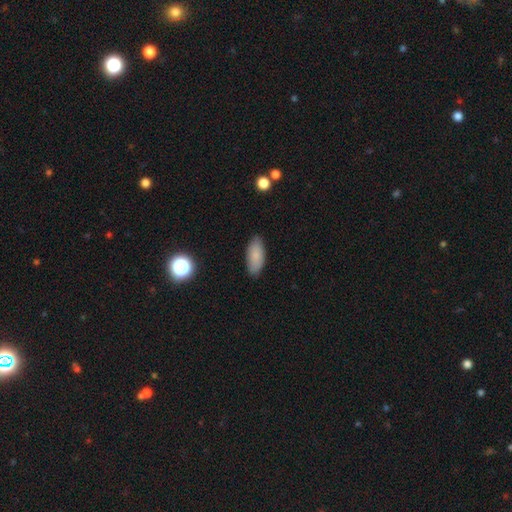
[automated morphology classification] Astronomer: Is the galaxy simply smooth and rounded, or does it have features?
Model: smooth — 85%.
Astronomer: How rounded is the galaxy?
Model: in between — 86%.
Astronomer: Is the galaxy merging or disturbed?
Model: none — 85%.